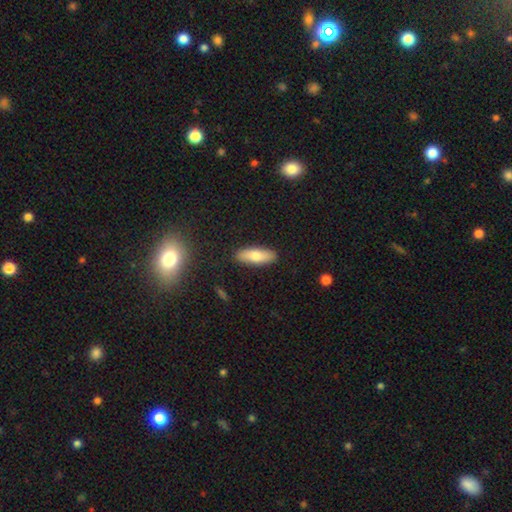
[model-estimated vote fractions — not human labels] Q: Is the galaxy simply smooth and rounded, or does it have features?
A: smooth — 76%.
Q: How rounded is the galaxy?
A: in between — 64%.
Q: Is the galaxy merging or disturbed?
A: none — 88%.